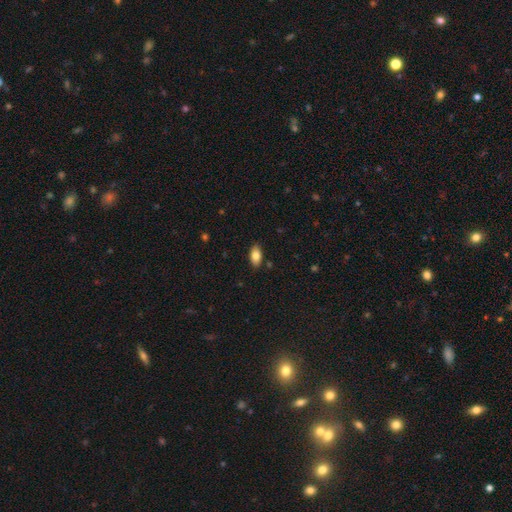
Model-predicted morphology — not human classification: smooth-or-featured: smooth: 82% | featured or disk: 11% | star or artifact: 7%
  how-rounded: in between: 91% | cigar-shaped: 5% | round: 3%
  merging: none: 87% | minor disturbance: 10% | major disturbance: 2% | merger: 1%